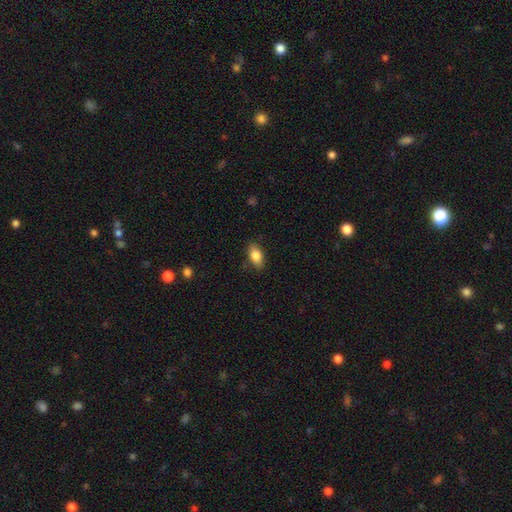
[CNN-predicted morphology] Smooth or featured: smooth — 85% (featured or disk — 8%)
How rounded: in between — 90% (cigar-shaped — 5%)
Merging: none — 86% (minor disturbance — 11%)